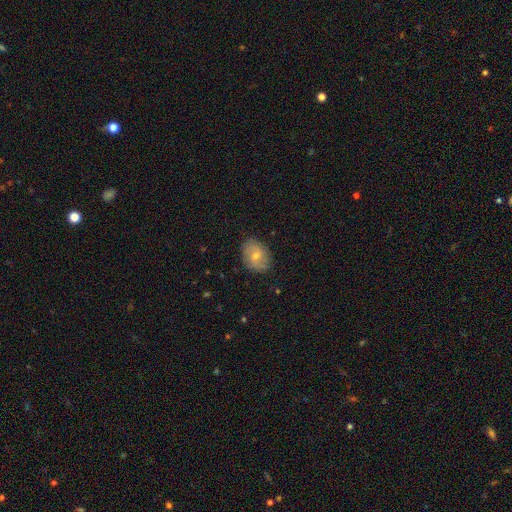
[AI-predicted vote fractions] This is possibly a featured or disk galaxy (46%). Merging: clearly none (83%).